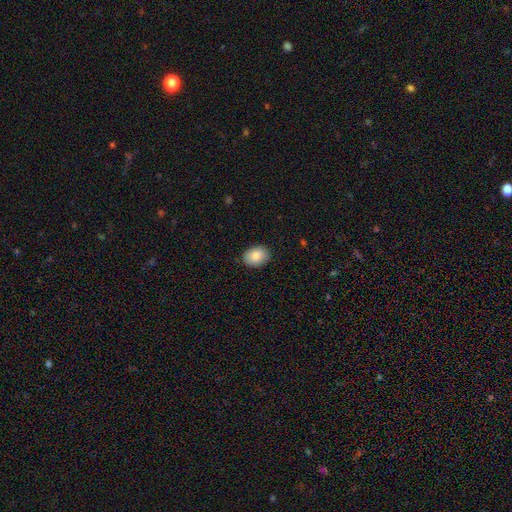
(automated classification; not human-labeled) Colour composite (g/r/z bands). It shows a smooth galaxy with no disk features (85%) that is in between round and cigar-shaped (75%). Merging: none (88%).